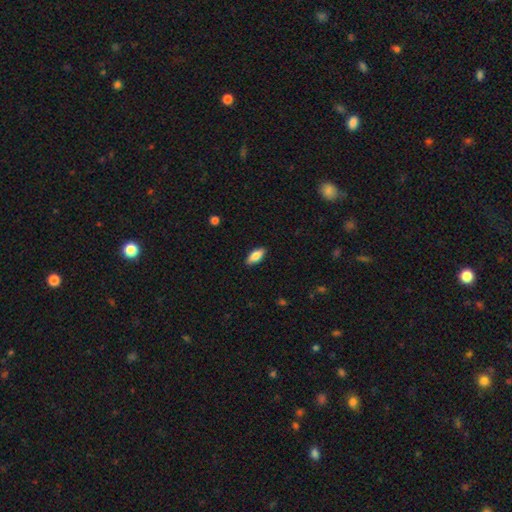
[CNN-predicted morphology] smooth 78%, featured or disk 15%, star or artifact 6%. Down the decision tree: how rounded — in between (82%); merging — none (89%).